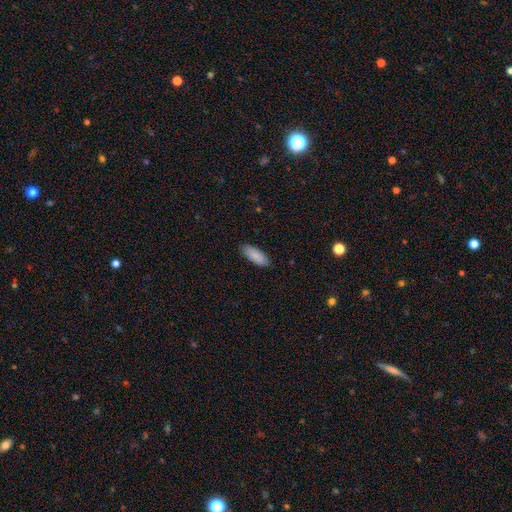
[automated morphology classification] This appears to be a smooth galaxy with no disk features (89%) that is in between round and cigar-shaped (76%). Merging: none (88%).